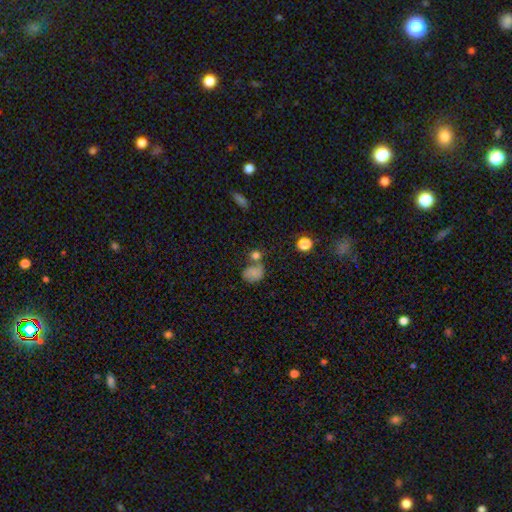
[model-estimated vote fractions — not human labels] Q: Smooth or featured?
A: smooth (74%); runner-up: star or artifact (15%)
Q: How rounded?
A: round (73%); runner-up: in between (26%)
Q: Merging?
A: none (48%); runner-up: merger (34%)